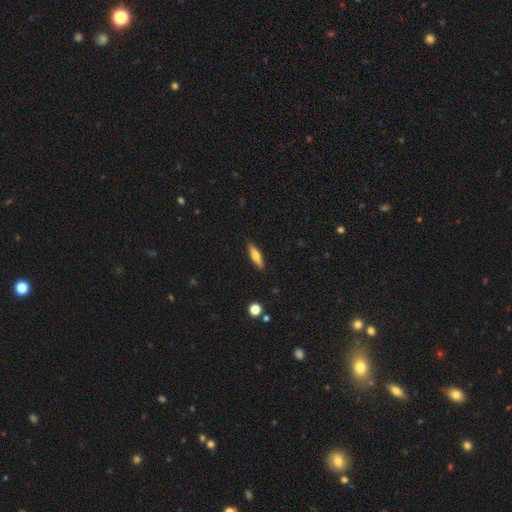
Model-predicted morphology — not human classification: Q: Smooth or featured?
A: smooth (62%); runner-up: featured or disk (31%)
Q: How rounded?
A: cigar-shaped (67%); runner-up: in between (30%)
Q: Merging?
A: none (89%); runner-up: minor disturbance (8%)